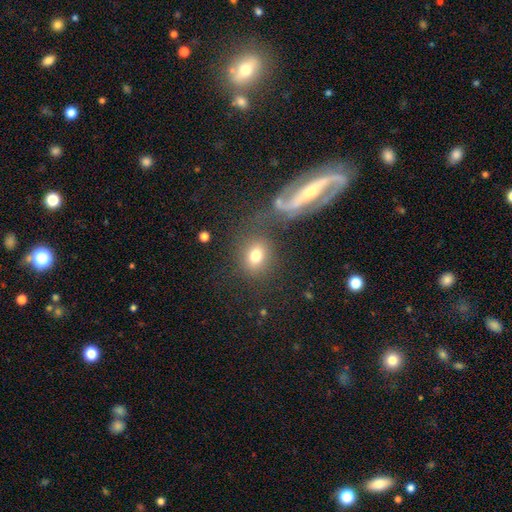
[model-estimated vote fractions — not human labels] Morphology: type=smooth (73%); roundness=round (58%); merging=none (66%).